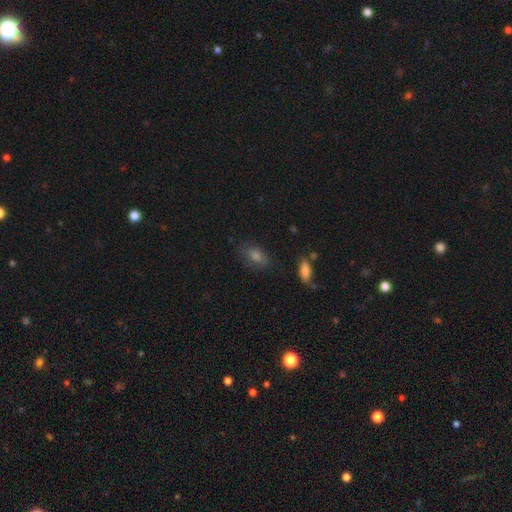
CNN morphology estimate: This is likely a smooth galaxy (66%). How rounded: clearly in between (81%). Merging: likely none (76%).